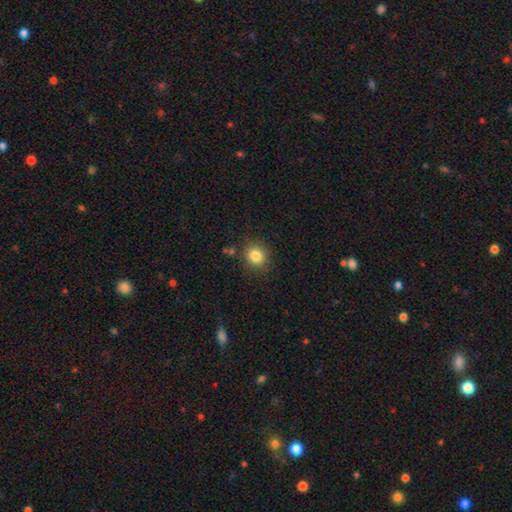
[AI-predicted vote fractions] This is clearly a smooth galaxy (84%). How rounded: likely round (78%). Merging: clearly none (84%).